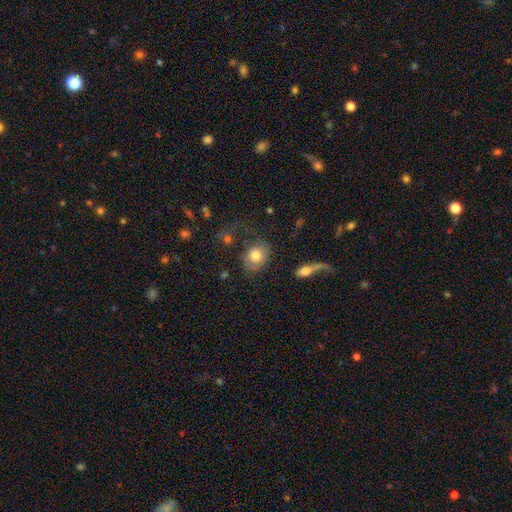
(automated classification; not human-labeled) A smooth galaxy with no disk features (74%) that is round (50%). Merging: none (67%).